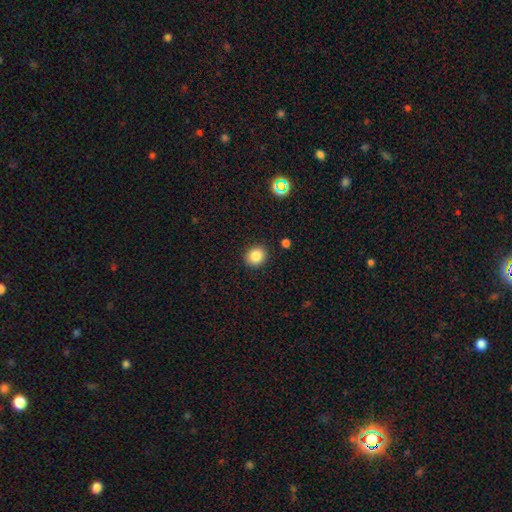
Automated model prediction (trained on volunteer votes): The model was most divided on "how rounded": round: 72%, in between: 28%, cigar-shaped: 1%. More confident: merging — none (90%); smooth or featured — smooth (84%).